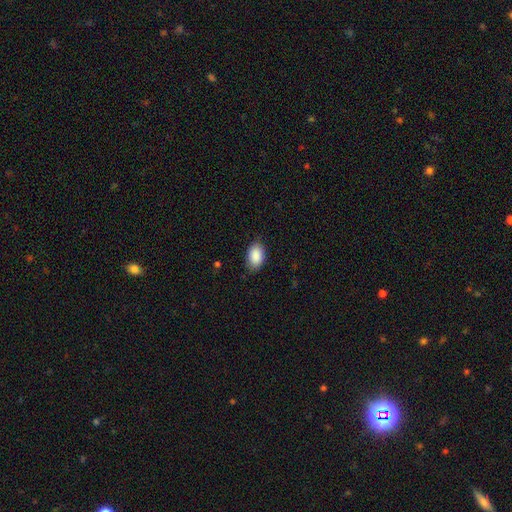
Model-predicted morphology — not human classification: Q: Smooth or featured?
A: smooth (90%); runner-up: star or artifact (7%)
Q: How rounded?
A: in between (89%); runner-up: round (9%)
Q: Merging?
A: none (82%); runner-up: minor disturbance (14%)